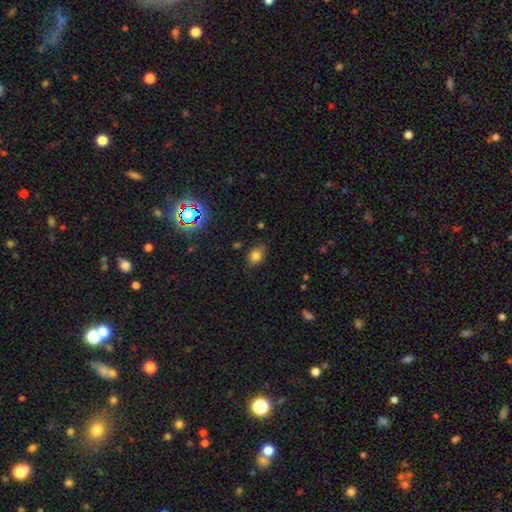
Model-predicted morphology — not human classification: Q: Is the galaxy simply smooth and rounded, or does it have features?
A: smooth — 77%.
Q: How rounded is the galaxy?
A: in between — 73%.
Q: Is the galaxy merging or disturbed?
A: none — 76%.